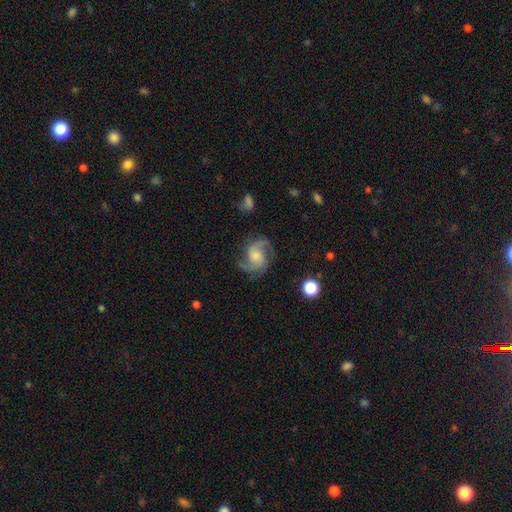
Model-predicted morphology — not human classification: smooth_or_featured: featured or disk (p=0.88) [alt: smooth p=0.07]
disk_edge_on: no (p=0.98) [alt: yes p=0.02]
bar: no (p=0.57) [alt: weak p=0.36]
has_spiral_arms: yes (p=0.98) [alt: no p=0.02]
spiral_winding: medium (p=0.56) [alt: loose p=0.25]
spiral_arm_count: 2 (p=0.76) [alt: 3 p=0.12]
bulge_size: moderate (p=0.39) [alt: small p=0.31]
merging: none (p=0.74) [alt: minor disturbance p=0.16]